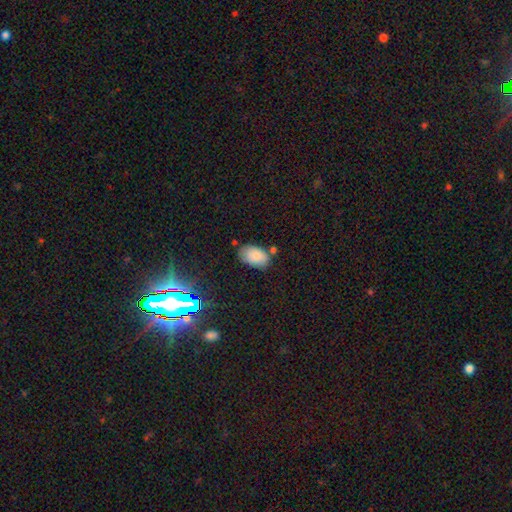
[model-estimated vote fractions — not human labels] The model was most divided on "merging": none: 69%, minor disturbance: 19%, merger: 7%, major disturbance: 4%. More confident: how rounded — in between (93%); smooth or featured — smooth (83%).